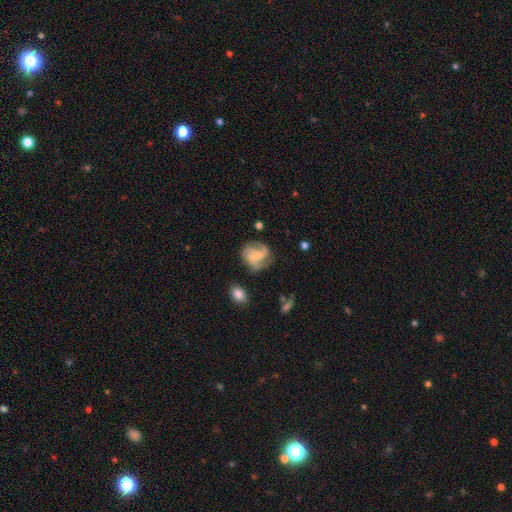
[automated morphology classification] Smooth or featured?
  - featured or disk: 66% *
  - smooth: 27%
  - star or artifact: 7%
Edge-on disk?
  - no: 97% *
  - yes: 3%
Bar?
  - no: 45% *
  - weak: 42%
  - strong: 12%
Spiral arms?
  - yes: 90% *
  - no: 10%
Spiral winding?
  - medium: 42% *
  - loose: 39%
  - tight: 18%
Spiral arm count?
  - 2: 61% *
  - 3: 16%
  - can't tell: 13%
  - 1: 5%
  - 4: 3%
  - more than 4: 2%
Bulge size?
  - small: 57% *
  - moderate: 28%
  - none: 12%
  - large: 2%
  - dominant: 1%
Merging?
  - none: 64% *
  - minor disturbance: 22%
  - major disturbance: 11%
  - merger: 3%